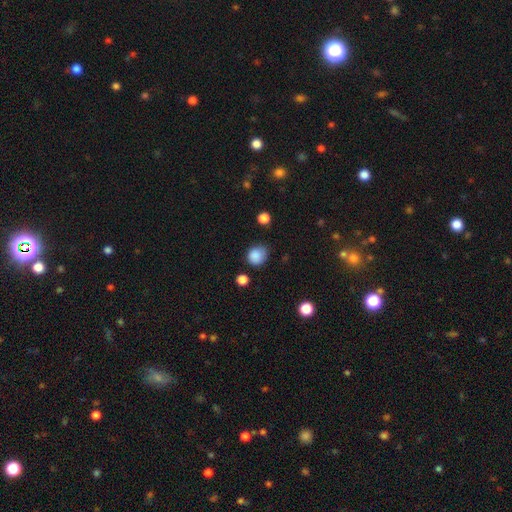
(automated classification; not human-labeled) Smooth or featured? smooth (86%)
How rounded? round (75%)
Merging? none (65%)